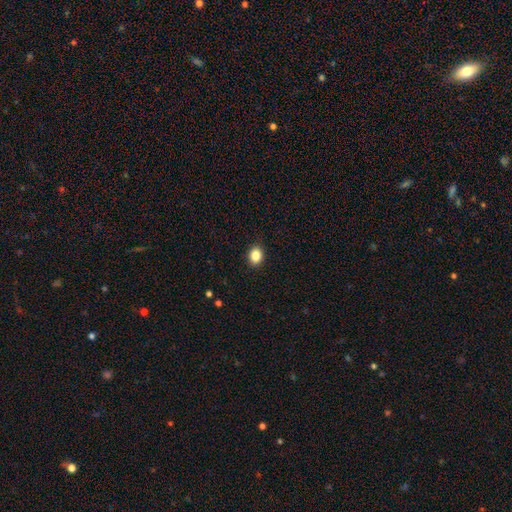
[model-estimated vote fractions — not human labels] The model was most divided on "how rounded": in between: 50%, round: 49%, cigar-shaped: 1%. More confident: merging — none (90%); smooth or featured — smooth (86%).